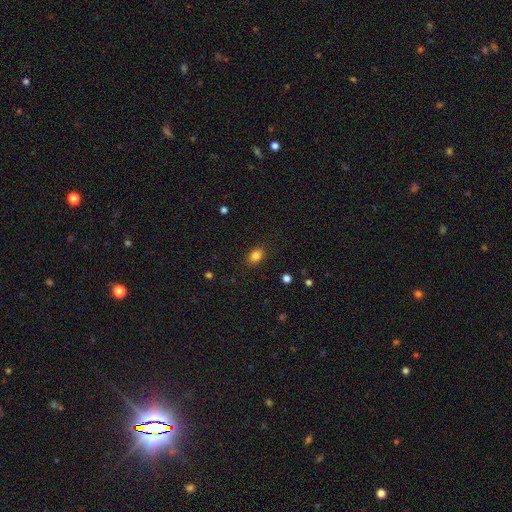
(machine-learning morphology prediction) A smooth galaxy with no disk features (84%) that is in between round and cigar-shaped (69%).

Vote fractions:
- Smooth or featured? smooth: 84% / star or artifact: 11% / featured or disk: 5%
- How rounded? in between: 69% / round: 29% / cigar-shaped: 1%
- Merging? none: 86% / minor disturbance: 10% / major disturbance: 3% / merger: 1%